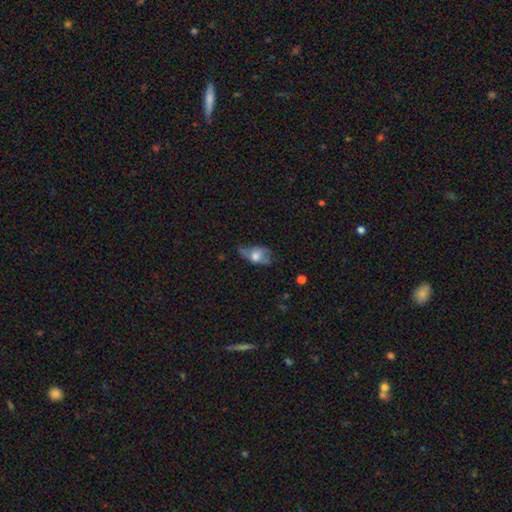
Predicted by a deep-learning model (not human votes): Smooth or featured? smooth (52%)
How rounded? in between (82%)
Merging? major disturbance (33%)